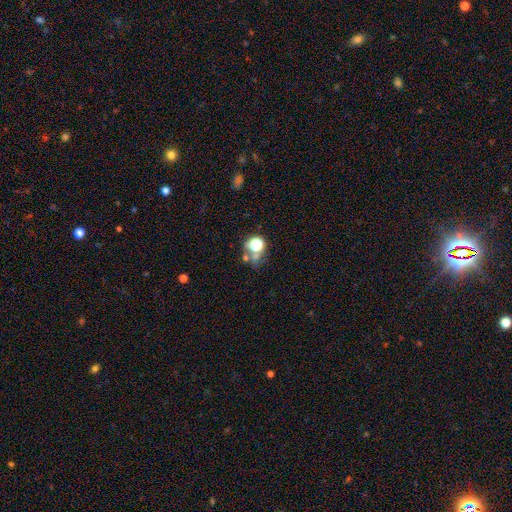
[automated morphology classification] smooth_or_featured: smooth (p=0.51) [alt: star or artifact p=0.36]
how_rounded: round (p=0.78) [alt: in between p=0.21]
merging: none (p=0.53) [alt: merger p=0.27]